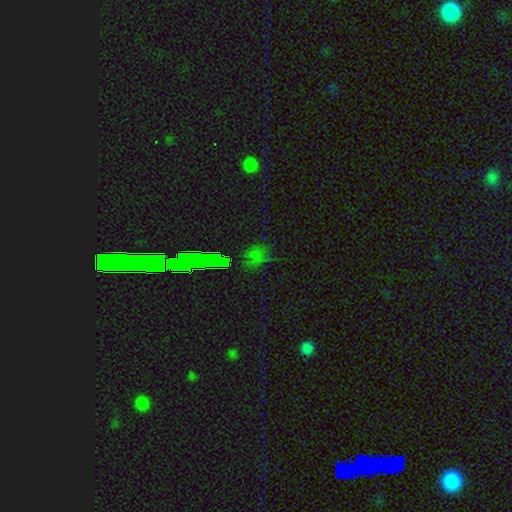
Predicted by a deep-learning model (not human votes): Q: Smooth or featured?
A: smooth (45%); runner-up: star or artifact (41%)
Q: Merging?
A: none (68%); runner-up: minor disturbance (19%)